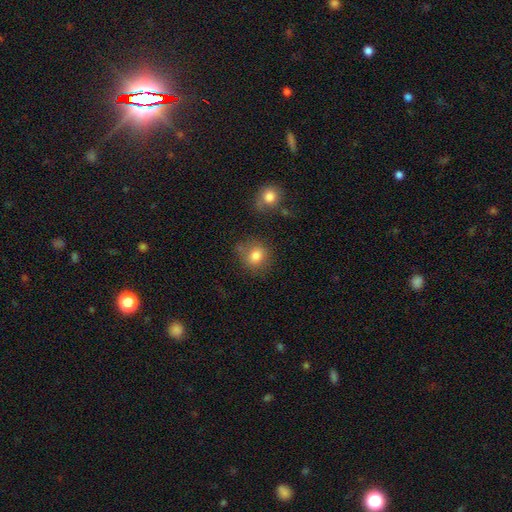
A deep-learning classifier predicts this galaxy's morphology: A smooth galaxy with no disk features (82%) that is round (69%). Merging: none (69%).